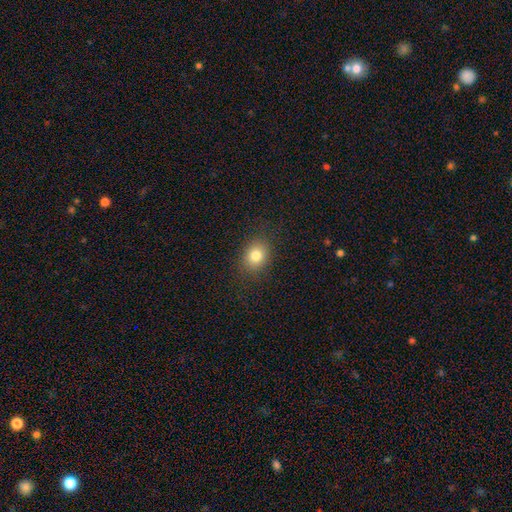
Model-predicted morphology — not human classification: The model was most divided on "how rounded": round: 56%, in between: 43%, cigar-shaped: 1%. More confident: merging — none (86%); smooth or featured — smooth (81%).